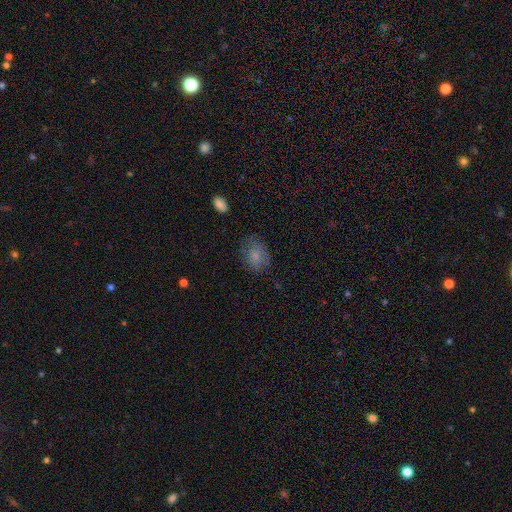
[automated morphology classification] A smooth galaxy with no disk features (79%) that is in between round and cigar-shaped (65%).

Vote fractions:
- Smooth or featured? smooth: 79% / featured or disk: 11% / star or artifact: 10%
- How rounded? in between: 65% / round: 34% / cigar-shaped: 1%
- Merging? none: 67% / minor disturbance: 22% / major disturbance: 9% / merger: 2%